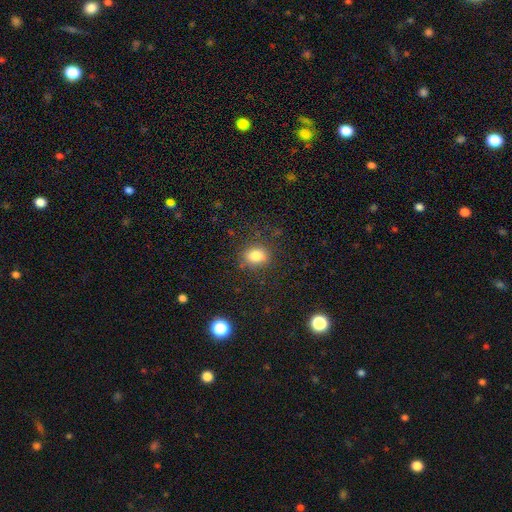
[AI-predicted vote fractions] Smooth or featured?
  - smooth: 81% *
  - star or artifact: 12%
  - featured or disk: 7%
How rounded?
  - round: 54% *
  - in between: 45%
  - cigar-shaped: 1%
Merging?
  - none: 82% *
  - minor disturbance: 13%
  - major disturbance: 4%
  - merger: 2%